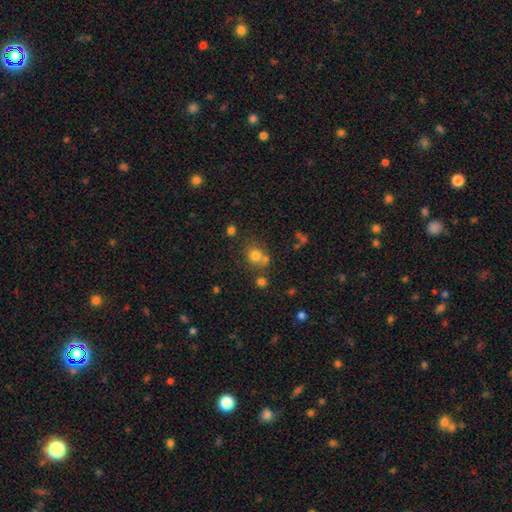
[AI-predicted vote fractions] Smooth or featured?
  - smooth: 74% *
  - star or artifact: 16%
  - featured or disk: 10%
How rounded?
  - round: 80% *
  - in between: 19%
  - cigar-shaped: 1%
Merging?
  - none: 57% *
  - merger: 26%
  - minor disturbance: 12%
  - major disturbance: 5%